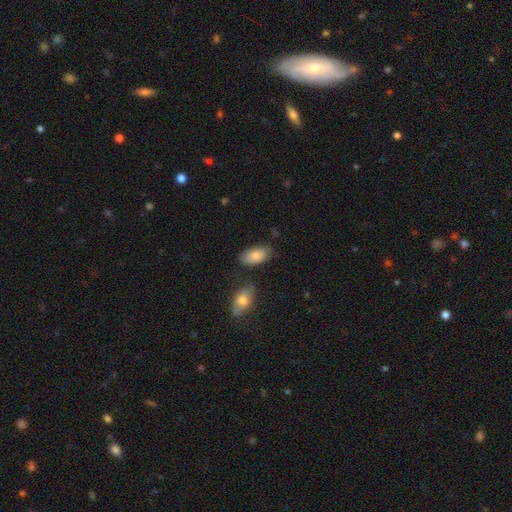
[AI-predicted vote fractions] Smooth or featured: smooth — 83% (featured or disk — 11%)
How rounded: in between — 94% (round — 3%)
Merging: none — 74% (minor disturbance — 17%)